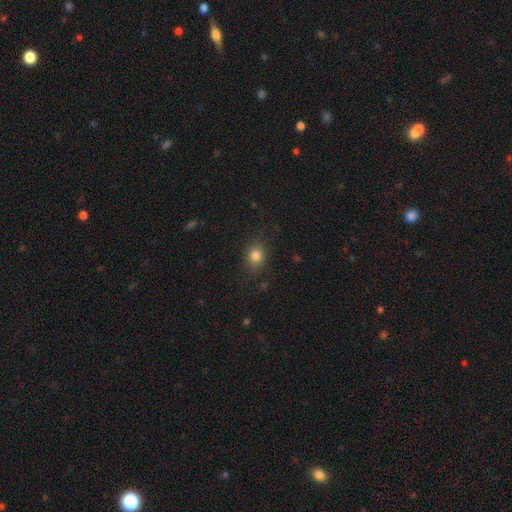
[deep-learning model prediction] Q: Smooth or featured?
A: smooth (81%); runner-up: star or artifact (12%)
Q: How rounded?
A: round (60%); runner-up: in between (39%)
Q: Merging?
A: none (81%); runner-up: minor disturbance (13%)